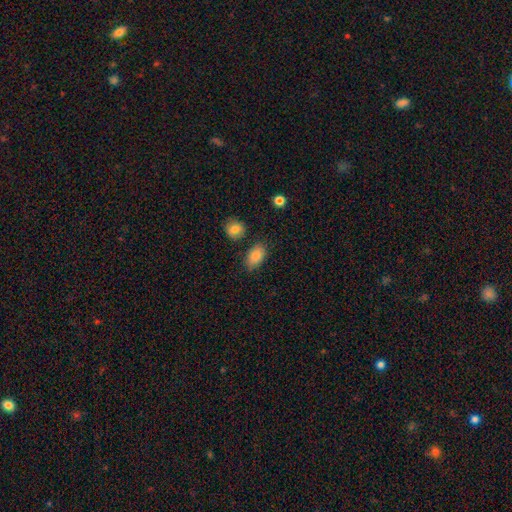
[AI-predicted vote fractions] smooth 86%, star or artifact 8%, featured or disk 7%. Down the decision tree: how rounded — in between (89%); merging — none (77%).